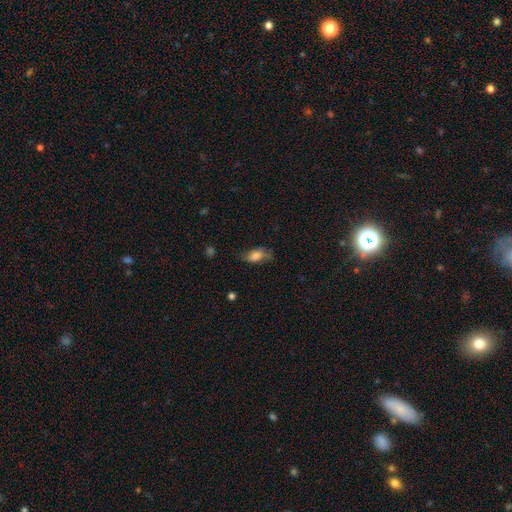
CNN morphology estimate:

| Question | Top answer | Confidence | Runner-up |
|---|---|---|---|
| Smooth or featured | smooth | 70% | featured or disk (21%) |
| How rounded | in between | 84% | cigar-shaped (10%) |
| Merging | none | 54% | minor disturbance (29%) |